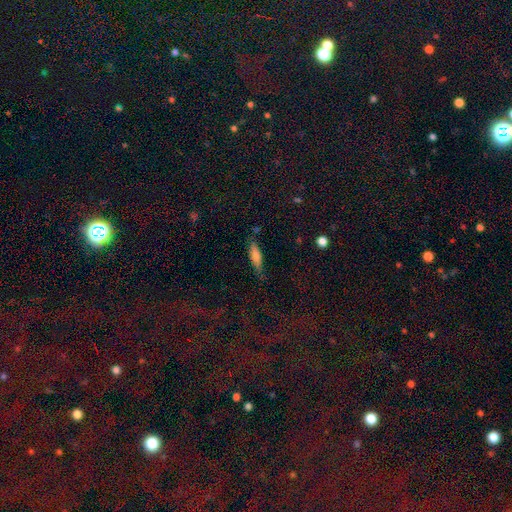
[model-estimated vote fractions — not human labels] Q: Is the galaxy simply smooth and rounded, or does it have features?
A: smooth — 69%.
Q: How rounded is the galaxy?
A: cigar-shaped — 65%.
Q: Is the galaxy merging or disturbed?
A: none — 75%.